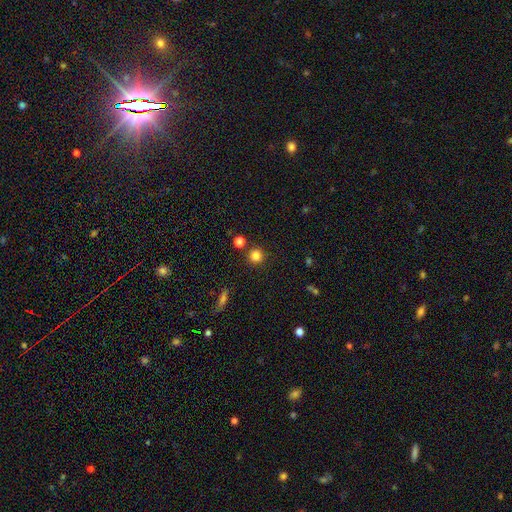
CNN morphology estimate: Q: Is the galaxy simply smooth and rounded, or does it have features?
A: smooth — 82%.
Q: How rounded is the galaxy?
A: round — 94%.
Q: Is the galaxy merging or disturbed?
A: none — 84%.